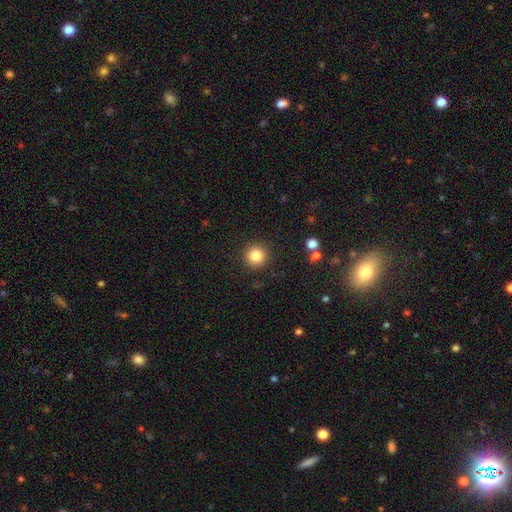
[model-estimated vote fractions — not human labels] This is clearly a smooth galaxy (84%). How rounded: clearly round (94%). Merging: clearly none (91%).